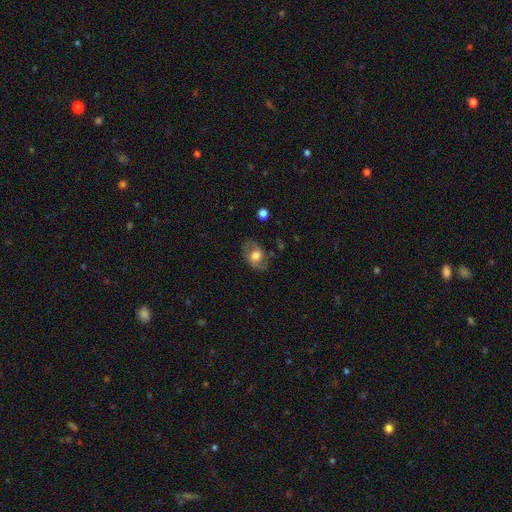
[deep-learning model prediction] A featured or disk galaxy (48%).

Vote fractions:
- Smooth or featured? featured or disk: 48% / smooth: 44% / star or artifact: 8%
- Merging? none: 71% / minor disturbance: 19% / major disturbance: 9% / merger: 2%